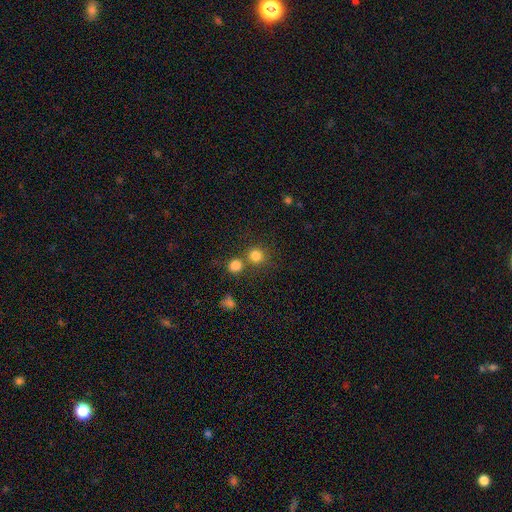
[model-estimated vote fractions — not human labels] Overall: smooth (81%). How rounded: round (90%). Merging: none (64%; merger 26%).